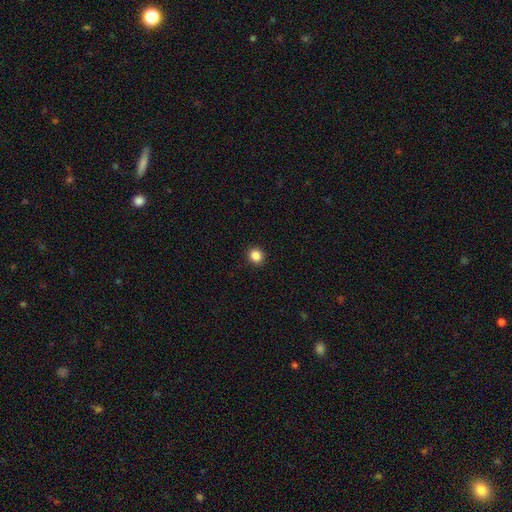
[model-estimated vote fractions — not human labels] A smooth galaxy with no disk features (86%) that is round (90%). Merging: none (93%).